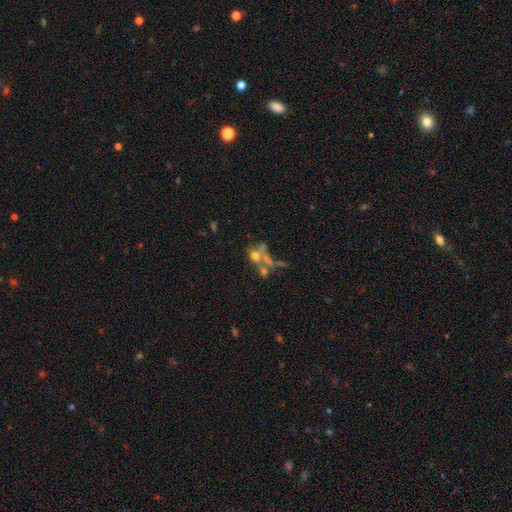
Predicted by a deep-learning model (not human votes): This is marginally a featured or disk galaxy (40%). Merging: marginally merger (44%).